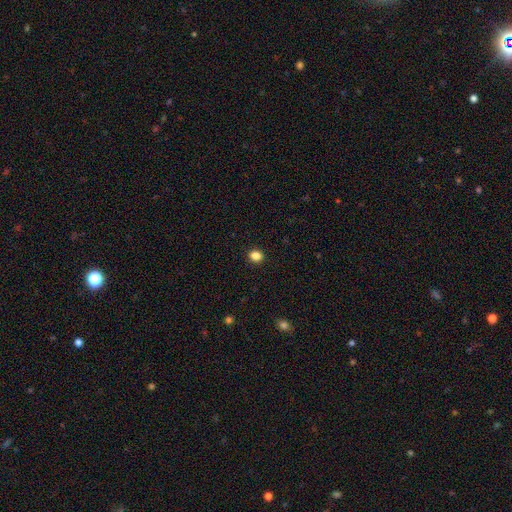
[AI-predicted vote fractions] Smooth or featured: smooth — 85% (star or artifact — 12%)
How rounded: round — 62% (in between — 37%)
Merging: none — 91% (minor disturbance — 6%)